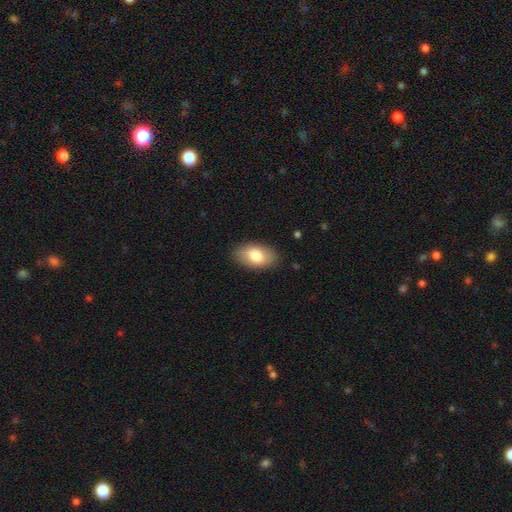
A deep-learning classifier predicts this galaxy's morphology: A smooth galaxy with no disk features (79%) that is in between round and cigar-shaped (93%).

Vote fractions:
- Smooth or featured? smooth: 79% / featured or disk: 15% / star or artifact: 6%
- How rounded? in between: 93% / round: 6% / cigar-shaped: 2%
- Merging? none: 86% / minor disturbance: 10% / major disturbance: 3% / merger: 1%